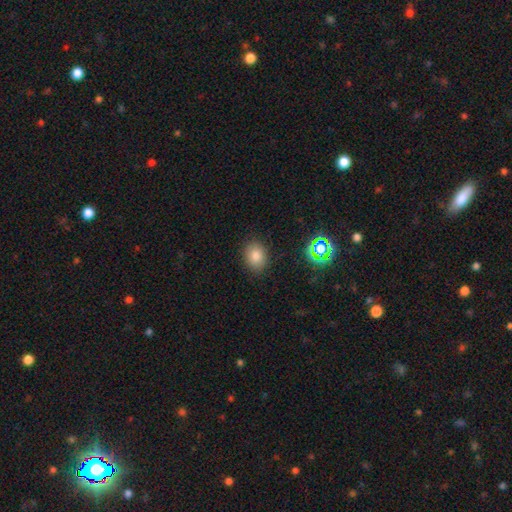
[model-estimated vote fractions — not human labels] Smooth or featured?
  - smooth: 81% *
  - star or artifact: 12%
  - featured or disk: 7%
How rounded?
  - in between: 60% *
  - round: 39%
  - cigar-shaped: 1%
Merging?
  - none: 86% *
  - minor disturbance: 10%
  - major disturbance: 3%
  - merger: 1%